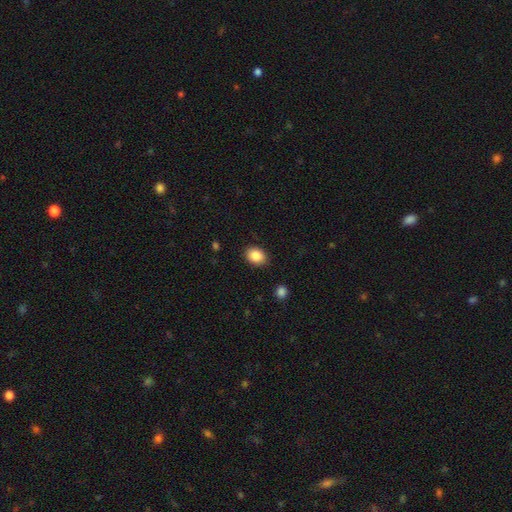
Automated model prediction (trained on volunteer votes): The model was most divided on "how rounded": in between: 61%, round: 38%, cigar-shaped: 1%. More confident: merging — none (87%); smooth or featured — smooth (87%).